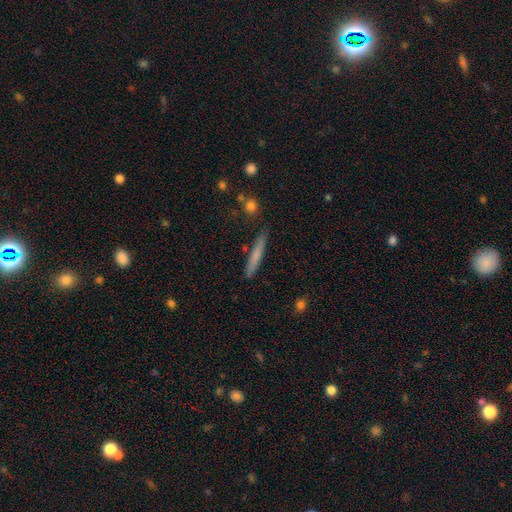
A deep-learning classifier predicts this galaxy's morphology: Q: Smooth or featured?
A: smooth (69%); runner-up: featured or disk (25%)
Q: How rounded?
A: cigar-shaped (94%); runner-up: in between (4%)
Q: Merging?
A: none (86%); runner-up: minor disturbance (10%)